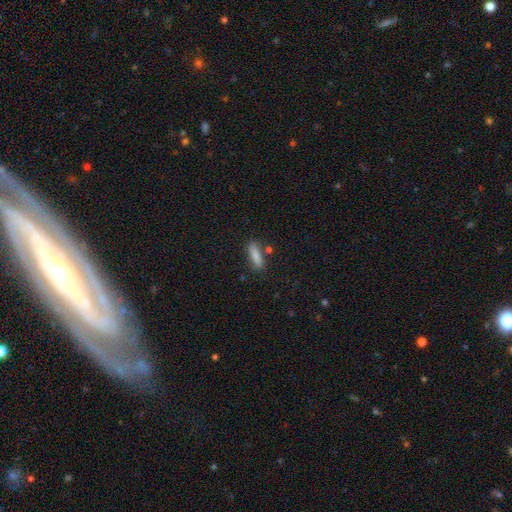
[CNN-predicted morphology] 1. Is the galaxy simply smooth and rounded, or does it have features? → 83% smooth, 10% featured or disk, 7% star or artifact.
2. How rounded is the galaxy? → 61% cigar-shaped, 36% in between, 2% round.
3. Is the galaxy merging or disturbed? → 79% none, 12% minor disturbance, 6% merger, 3% major disturbance.